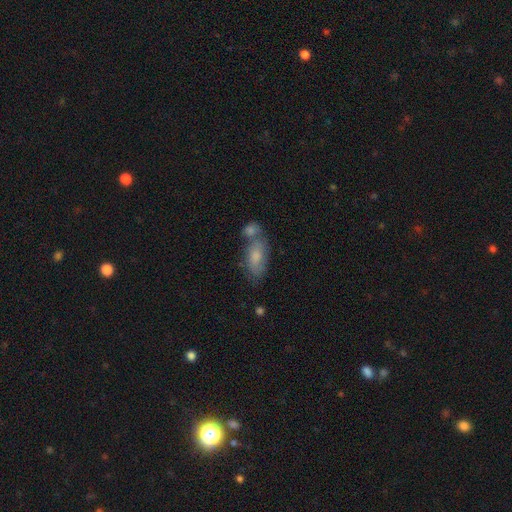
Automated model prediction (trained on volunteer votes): Smooth or featured? Predicted: smooth (p=0.63). How rounded? Predicted: in between (p=0.83). Merging? Predicted: none (p=0.43).